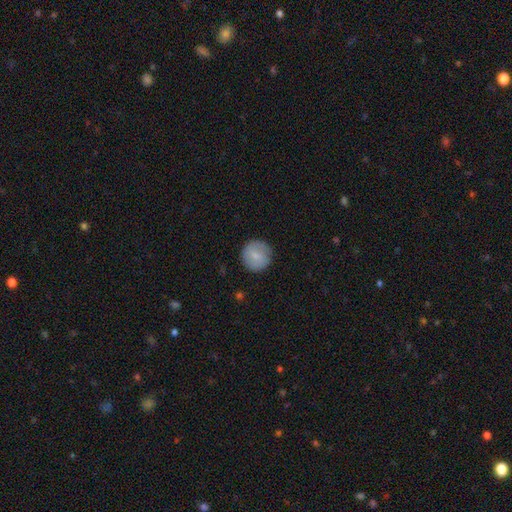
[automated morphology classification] A smooth galaxy with no disk features (76%) that is round (94%).

Vote fractions:
- Smooth or featured? smooth: 76% / featured or disk: 17% / star or artifact: 7%
- How rounded? round: 94% / in between: 5% / cigar-shaped: 1%
- Merging? none: 87% / minor disturbance: 9% / major disturbance: 3% / merger: 1%